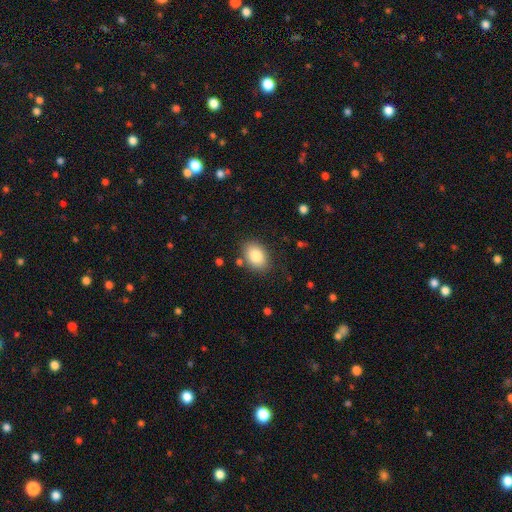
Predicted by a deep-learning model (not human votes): Smooth or featured?
  - smooth: 84% *
  - featured or disk: 8%
  - star or artifact: 8%
How rounded?
  - in between: 79% *
  - round: 20%
  - cigar-shaped: 1%
Merging?
  - none: 82% *
  - minor disturbance: 12%
  - major disturbance: 3%
  - merger: 3%